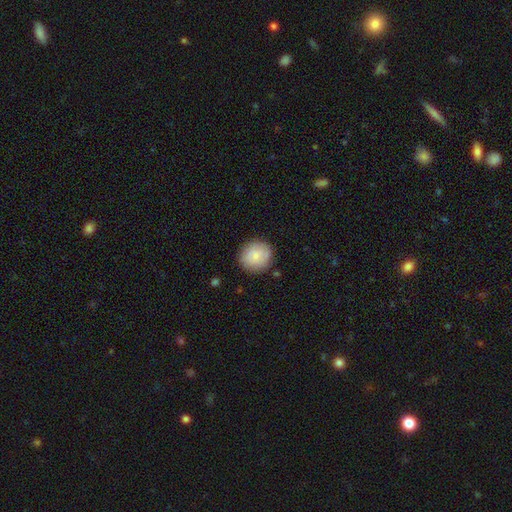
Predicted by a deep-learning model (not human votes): smooth-or-featured: smooth: 78% | featured or disk: 15% | star or artifact: 7%
  how-rounded: round: 90% | in between: 9% | cigar-shaped: 1%
  merging: none: 85% | minor disturbance: 10% | major disturbance: 3% | merger: 1%